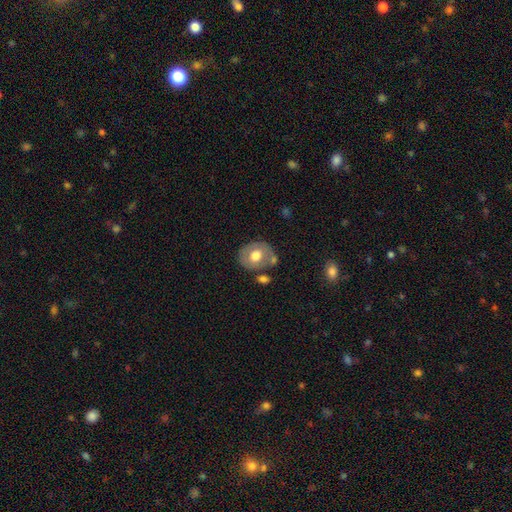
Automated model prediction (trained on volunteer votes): Smooth or featured? smooth (60%)
How rounded? round (59%)
Merging? none (65%)